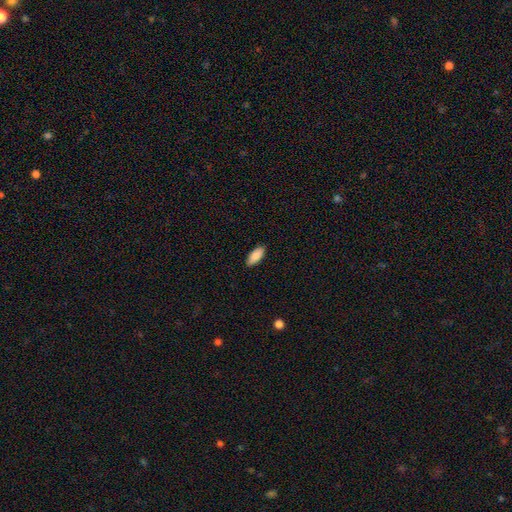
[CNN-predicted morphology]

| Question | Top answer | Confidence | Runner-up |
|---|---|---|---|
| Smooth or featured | smooth | 88% | star or artifact (6%) |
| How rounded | in between | 82% | cigar-shaped (16%) |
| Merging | none | 89% | minor disturbance (9%) |